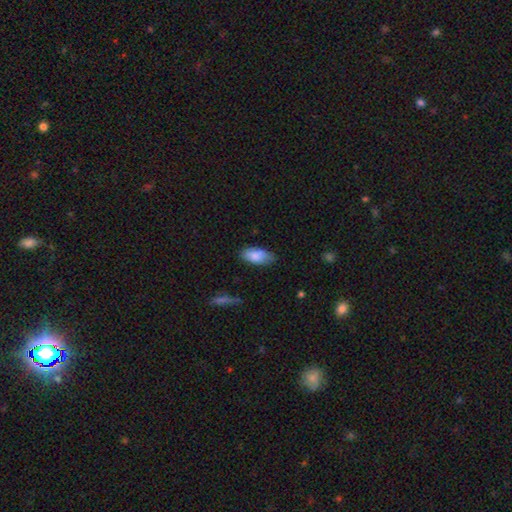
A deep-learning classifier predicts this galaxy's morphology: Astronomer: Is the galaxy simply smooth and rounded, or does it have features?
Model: smooth — 84%.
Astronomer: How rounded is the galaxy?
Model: in between — 90%.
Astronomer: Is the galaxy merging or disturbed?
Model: none — 73%.